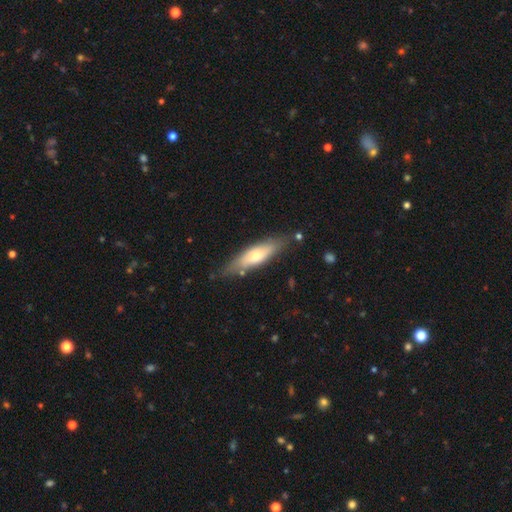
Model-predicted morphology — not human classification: This appears to be a smooth galaxy with no disk features (58%) that is cigar-shaped (59%). Merging: none (77%).